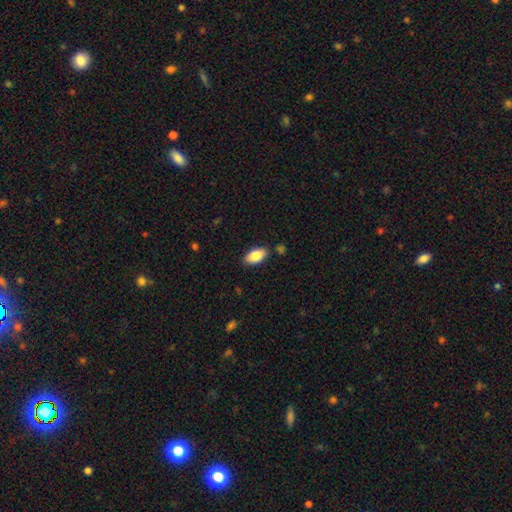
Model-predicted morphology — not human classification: A smooth galaxy with no disk features (84%) that is in between round and cigar-shaped (93%).

Vote fractions:
- Smooth or featured? smooth: 84% / featured or disk: 9% / star or artifact: 7%
- How rounded? in between: 93% / cigar-shaped: 4% / round: 3%
- Merging? none: 85% / minor disturbance: 10% / major disturbance: 2% / merger: 2%